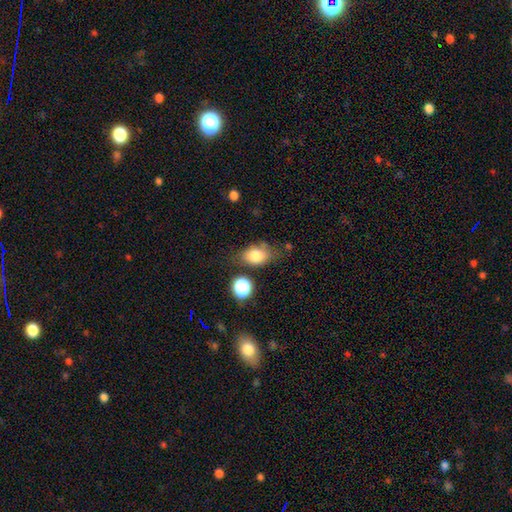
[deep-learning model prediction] smooth 79%, featured or disk 10%, star or artifact 10%. Down the decision tree: how rounded — in between (77%); merging — none (61%).